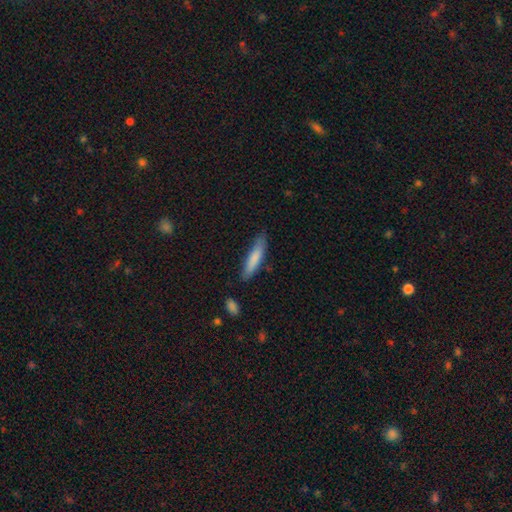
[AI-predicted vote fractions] Morphology: type=smooth (79%); roundness=cigar-shaped (84%); merging=none (78%).